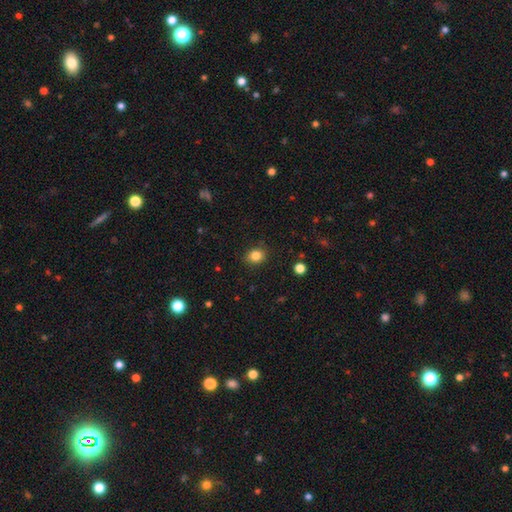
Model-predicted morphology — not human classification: The model was most divided on "how rounded": round: 63%, in between: 36%, cigar-shaped: 1%. More confident: merging — none (87%); smooth or featured — smooth (84%).